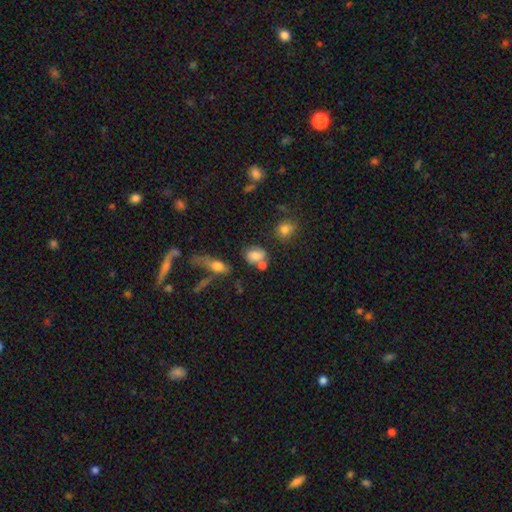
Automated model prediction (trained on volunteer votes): Smooth or featured? smooth (74%)
How rounded? in between (63%)
Merging? none (49%)